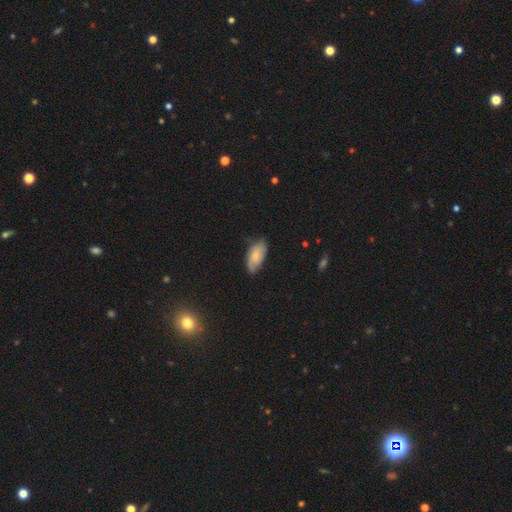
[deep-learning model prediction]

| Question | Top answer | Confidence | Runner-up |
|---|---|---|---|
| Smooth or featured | smooth | 67% | featured or disk (26%) |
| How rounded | in between | 91% | cigar-shaped (7%) |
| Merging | none | 63% | minor disturbance (29%) |